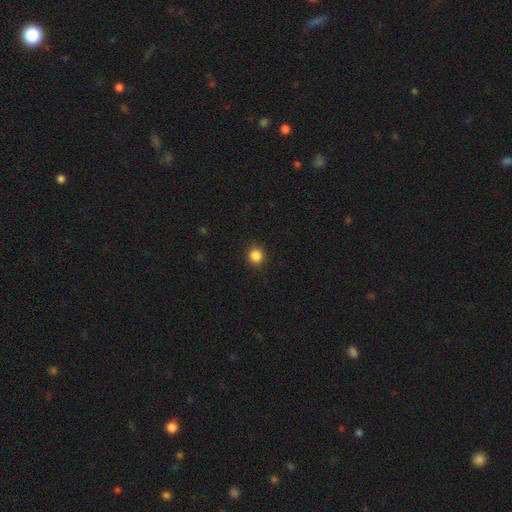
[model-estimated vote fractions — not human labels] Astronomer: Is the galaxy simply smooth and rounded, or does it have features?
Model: smooth — 86%.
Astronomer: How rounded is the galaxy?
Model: round — 90%.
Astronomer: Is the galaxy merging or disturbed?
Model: none — 91%.